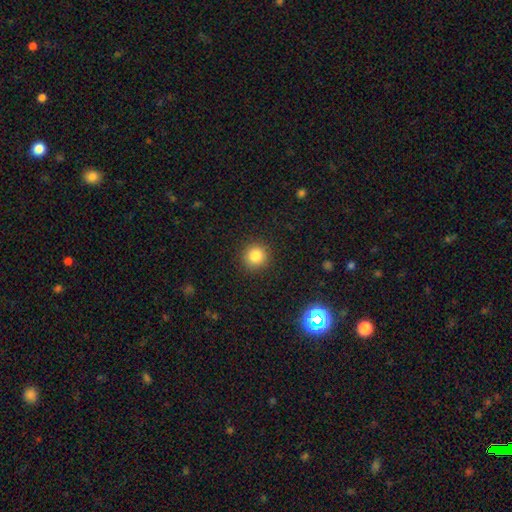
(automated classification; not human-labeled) A smooth galaxy with no disk features (83%) that is round (93%).

Vote fractions:
- Smooth or featured? smooth: 83% / star or artifact: 12% / featured or disk: 5%
- How rounded? round: 93% / in between: 6% / cigar-shaped: 1%
- Merging? none: 91% / minor disturbance: 6% / major disturbance: 2% / merger: 1%